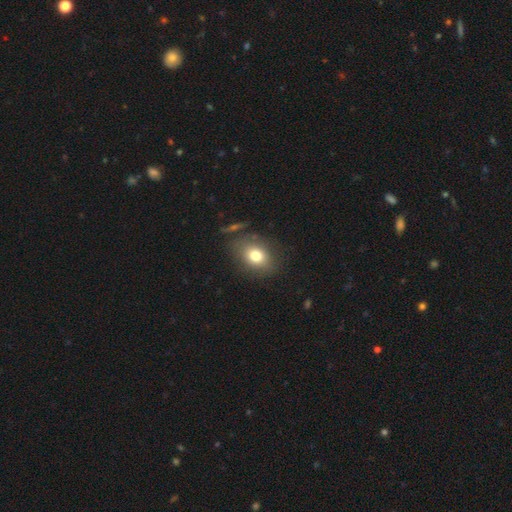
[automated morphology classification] This is likely a smooth galaxy (77%). How rounded: possibly in between (60%). Merging: likely none (77%).